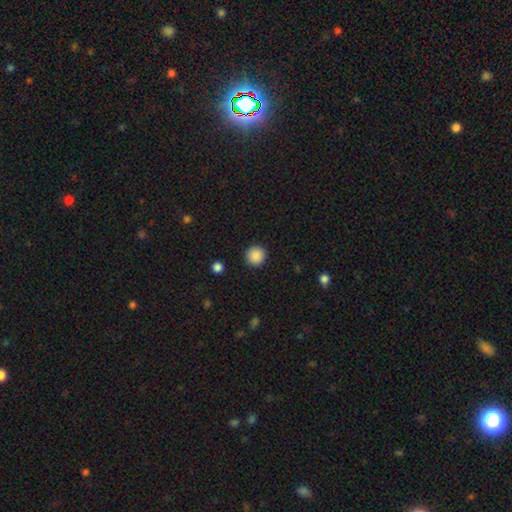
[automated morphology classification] Smooth or featured: smooth — 88% (star or artifact — 9%)
How rounded: round — 95% (in between — 4%)
Merging: none — 93% (minor disturbance — 5%)